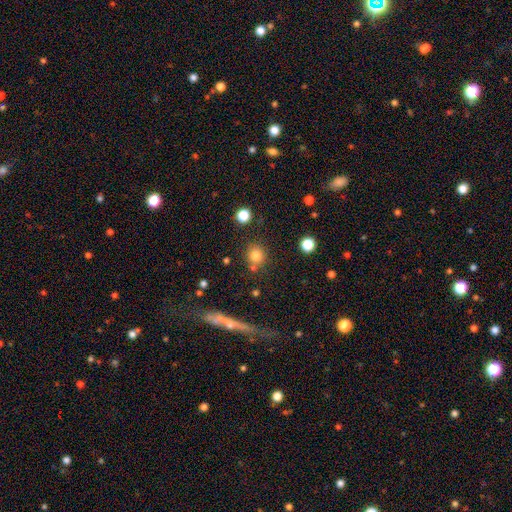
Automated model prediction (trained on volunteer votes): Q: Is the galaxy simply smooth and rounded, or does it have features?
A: smooth — 80%.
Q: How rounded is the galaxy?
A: round — 87%.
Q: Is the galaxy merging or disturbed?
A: none — 74%.